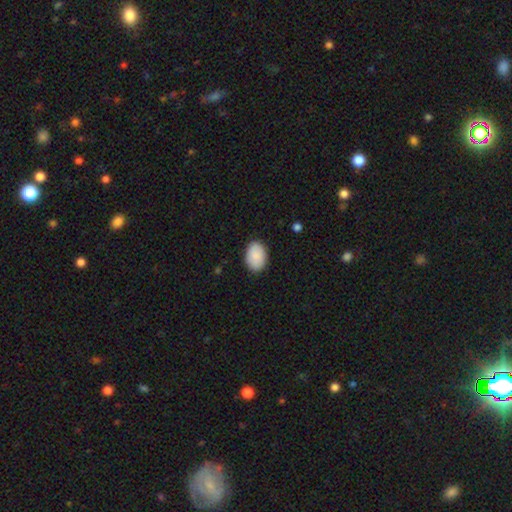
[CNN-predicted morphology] type=smooth (90%); roundness=in between (85%); merging=none (87%).